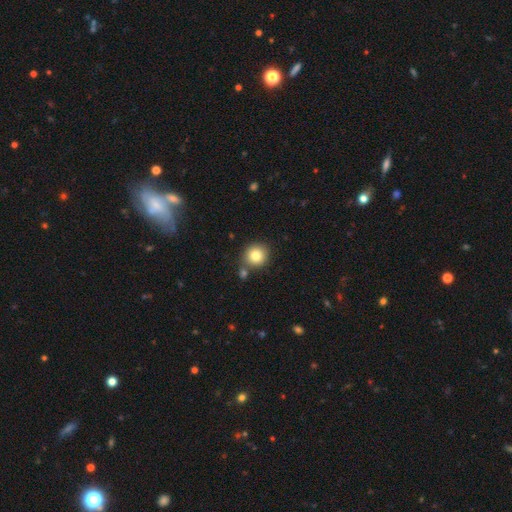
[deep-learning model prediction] smooth_or_featured: smooth (p=0.82) [alt: star or artifact p=0.10]
how_rounded: round (p=0.90) [alt: in between p=0.09]
merging: none (p=0.74) [alt: merger p=0.13]